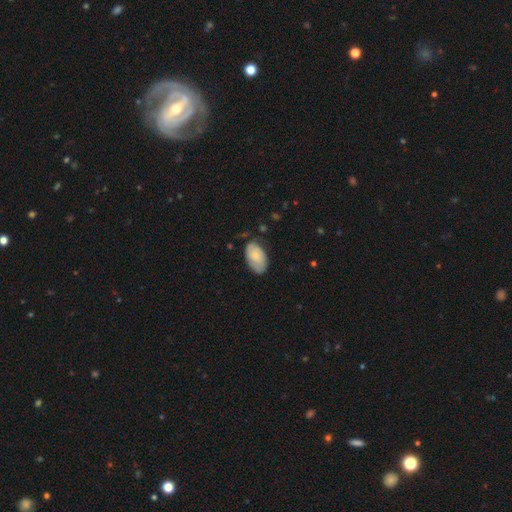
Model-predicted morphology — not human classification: Smooth or featured? Predicted: smooth (p=0.69). How rounded? Predicted: in between (p=0.93). Merging? Predicted: none (p=0.64).